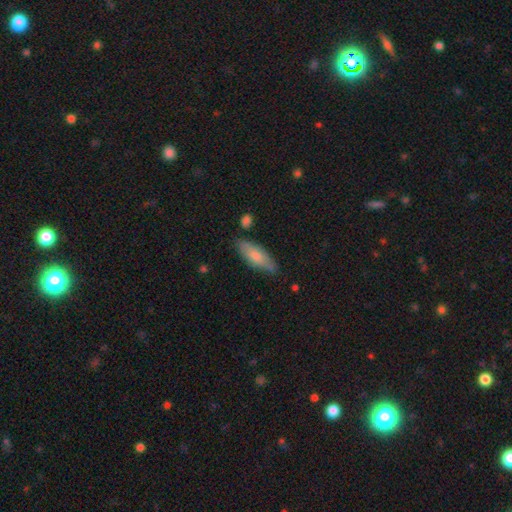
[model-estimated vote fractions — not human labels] Morphology: type=smooth (73%); roundness=in between (66%); merging=none (74%).